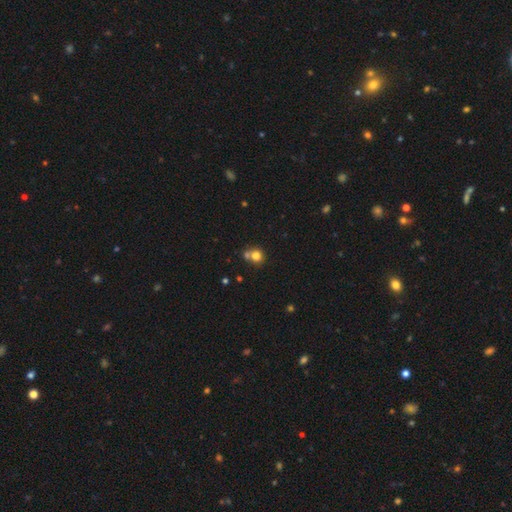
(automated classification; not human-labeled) Smooth or featured?
  - smooth: 78% *
  - star or artifact: 13%
  - featured or disk: 9%
How rounded?
  - round: 86% *
  - in between: 13%
  - cigar-shaped: 1%
Merging?
  - none: 56% *
  - merger: 33%
  - minor disturbance: 9%
  - major disturbance: 3%